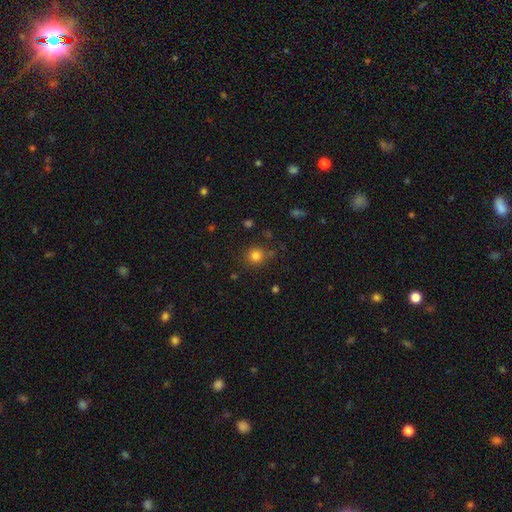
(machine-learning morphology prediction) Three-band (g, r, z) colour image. It shows a smooth galaxy with no disk features (81%) that is round (91%). Merging: none (82%).